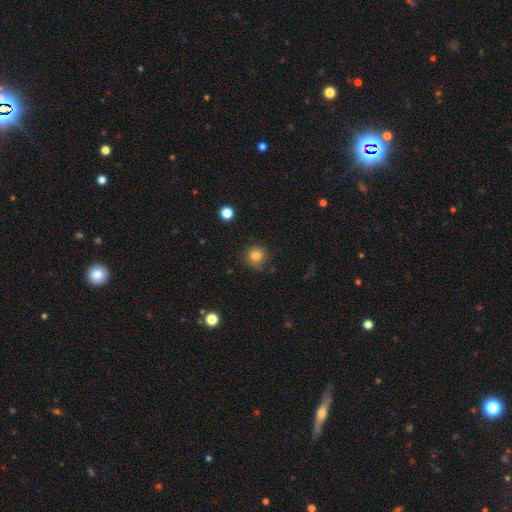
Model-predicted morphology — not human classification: Smooth or featured? Predicted: smooth (p=0.84). How rounded? Predicted: round (p=0.93). Merging? Predicted: none (p=0.86).